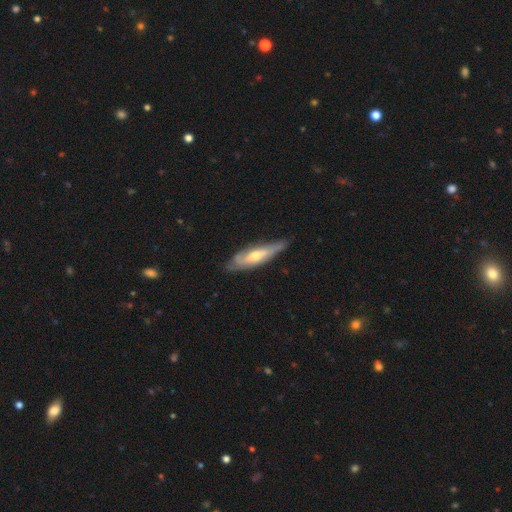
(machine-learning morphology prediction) smooth_or_featured: featured or disk (p=0.65) [alt: smooth p=0.30]
disk_edge_on: yes (p=0.51) [alt: no p=0.49]
merging: none (p=0.65) [alt: minor disturbance p=0.27]